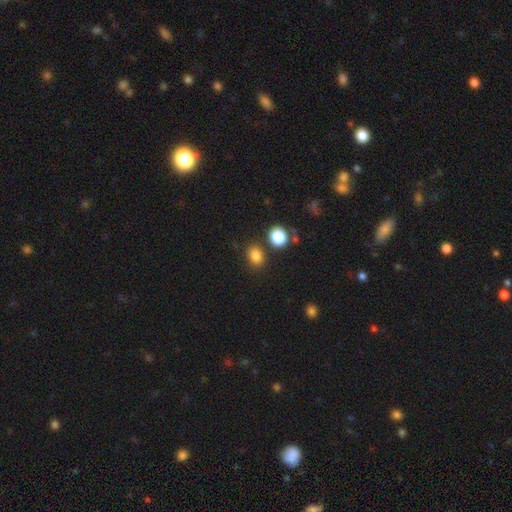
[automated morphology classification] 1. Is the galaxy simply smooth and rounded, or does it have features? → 83% smooth, 12% star or artifact, 5% featured or disk.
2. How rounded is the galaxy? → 50% round, 49% in between, 1% cigar-shaped.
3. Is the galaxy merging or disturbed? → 77% none, 10% minor disturbance, 9% merger, 3% major disturbance.